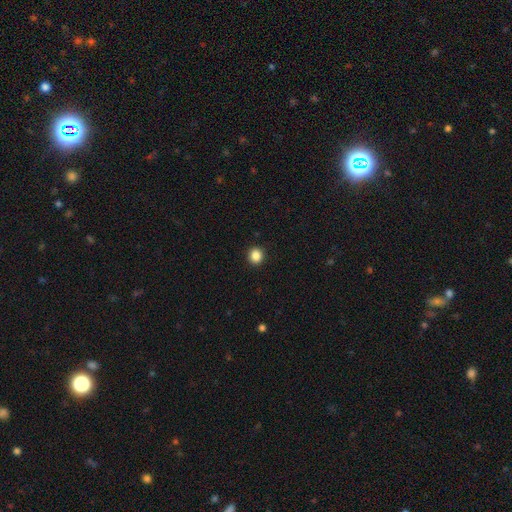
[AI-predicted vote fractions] smooth-or-featured: smooth: 86% | star or artifact: 10% | featured or disk: 3%
  how-rounded: round: 87% | in between: 12% | cigar-shaped: 1%
  merging: none: 93% | minor disturbance: 5% | major disturbance: 2% | merger: 1%